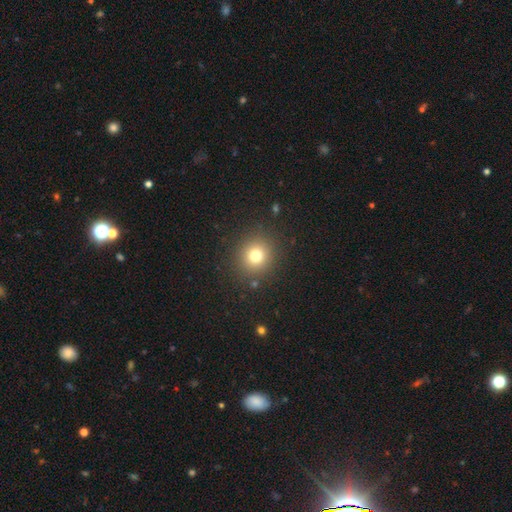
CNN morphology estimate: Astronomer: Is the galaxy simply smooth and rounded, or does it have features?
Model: smooth — 76%.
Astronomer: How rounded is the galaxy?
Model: round — 89%.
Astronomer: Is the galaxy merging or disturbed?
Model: none — 89%.